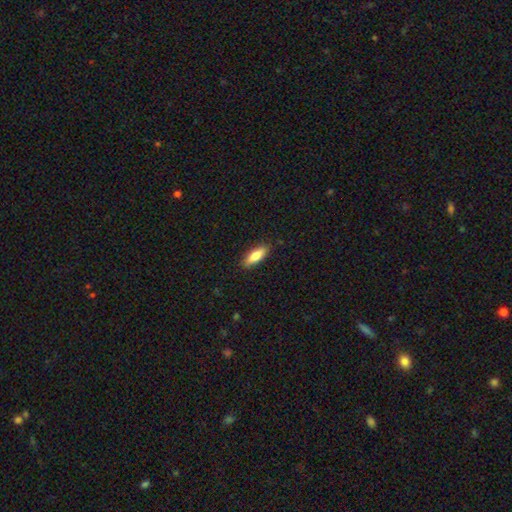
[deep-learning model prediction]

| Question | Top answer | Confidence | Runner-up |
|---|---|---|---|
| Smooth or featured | smooth | 80% | featured or disk (14%) |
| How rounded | in between | 58% | cigar-shaped (40%) |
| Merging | none | 88% | minor disturbance (9%) |